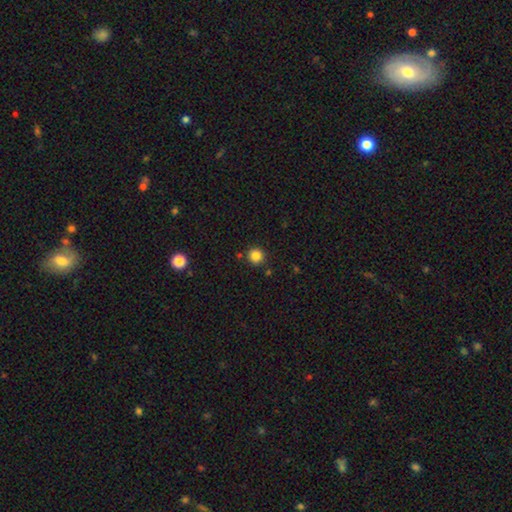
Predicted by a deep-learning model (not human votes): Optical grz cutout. It shows a smooth galaxy with no disk features (85%) that is round (94%). Merging: none (87%).